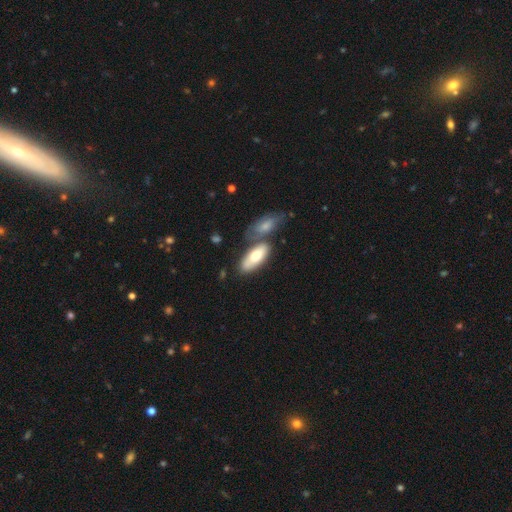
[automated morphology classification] A smooth galaxy with no disk features (66%) that is in between round and cigar-shaped (83%).

Vote fractions:
- Smooth or featured? smooth: 66% / featured or disk: 29% / star or artifact: 6%
- How rounded? in between: 83% / cigar-shaped: 14% / round: 2%
- Merging? none: 51% / merger: 31% / minor disturbance: 14% / major disturbance: 5%